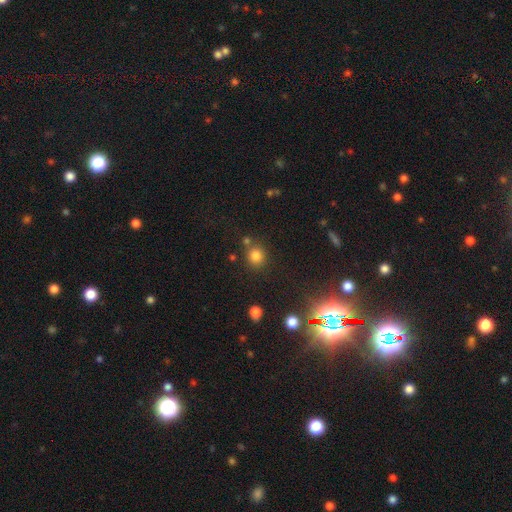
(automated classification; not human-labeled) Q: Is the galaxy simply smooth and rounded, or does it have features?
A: smooth — 78%.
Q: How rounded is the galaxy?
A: round — 87%.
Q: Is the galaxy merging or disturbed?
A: none — 74%.